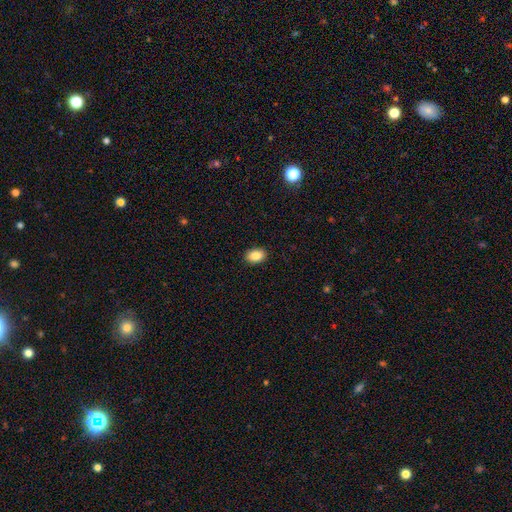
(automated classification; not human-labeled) This is clearly a smooth galaxy (86%). How rounded: clearly in between (80%). Merging: clearly none (90%).